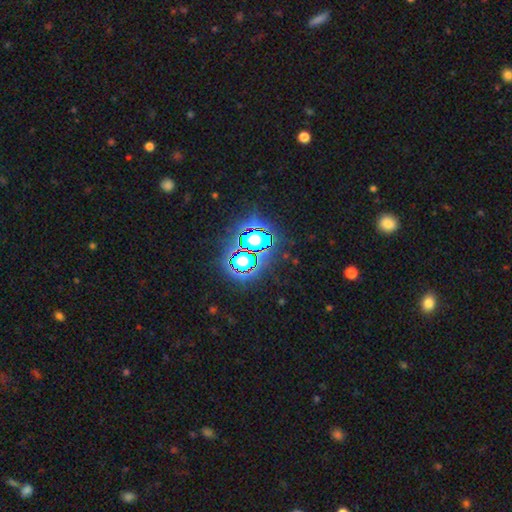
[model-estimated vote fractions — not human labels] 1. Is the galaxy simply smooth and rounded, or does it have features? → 82% star or artifact, 11% smooth, 7% featured or disk.